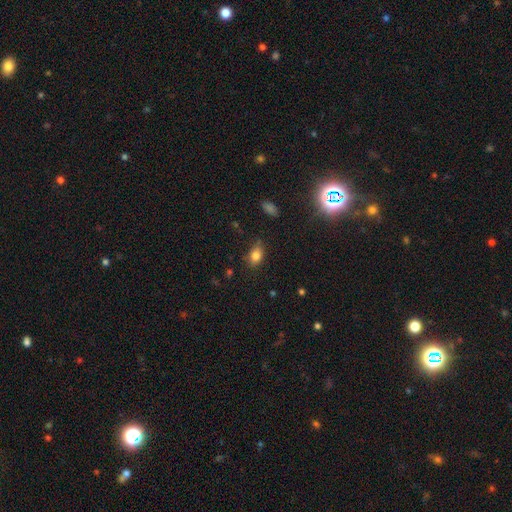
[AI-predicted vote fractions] This is clearly a smooth galaxy (80%). How rounded: likely in between (77%). Merging: likely none (75%).